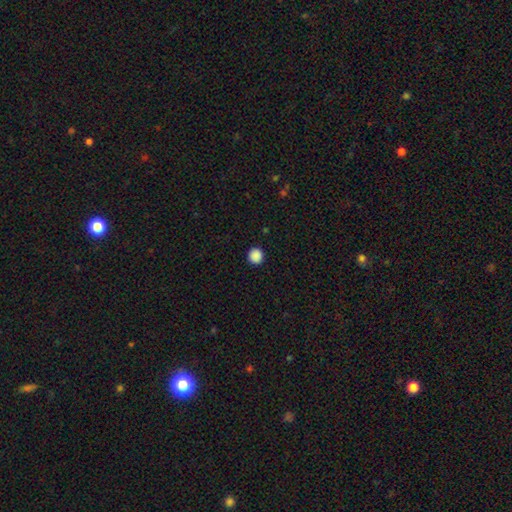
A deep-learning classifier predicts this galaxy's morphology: Q: Smooth or featured?
A: smooth (88%); runner-up: star or artifact (10%)
Q: How rounded?
A: round (95%); runner-up: in between (4%)
Q: Merging?
A: none (93%); runner-up: minor disturbance (5%)